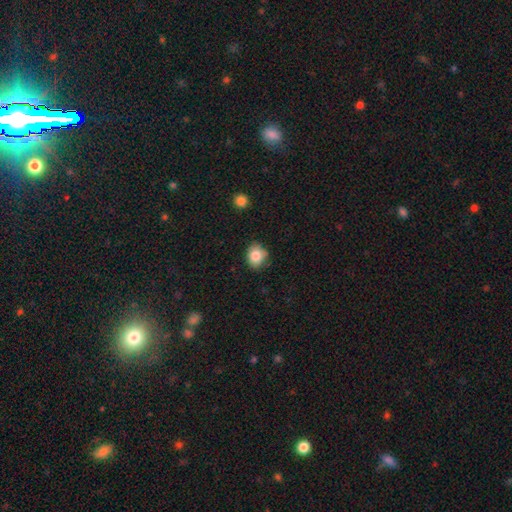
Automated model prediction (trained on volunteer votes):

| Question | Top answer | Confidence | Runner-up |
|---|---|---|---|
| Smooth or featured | smooth | 84% | star or artifact (9%) |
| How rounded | round | 59% | in between (40%) |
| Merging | none | 74% | minor disturbance (21%) |